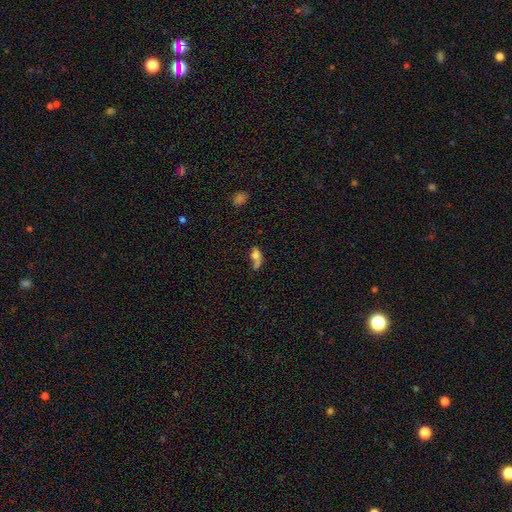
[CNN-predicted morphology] Smooth or featured: smooth — 63% (featured or disk — 23%)
How rounded: in between — 73% (cigar-shaped — 16%)
Merging: major disturbance — 29% (none — 27%)